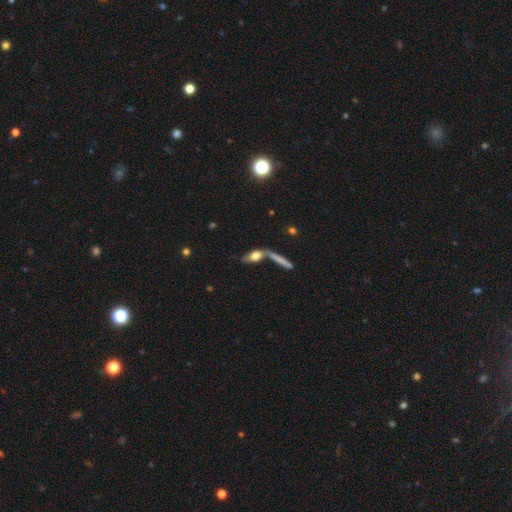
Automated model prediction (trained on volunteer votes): This appears to be a smooth galaxy with no disk features (60%) that is in between round and cigar-shaped (58%). Merging: none (42%).